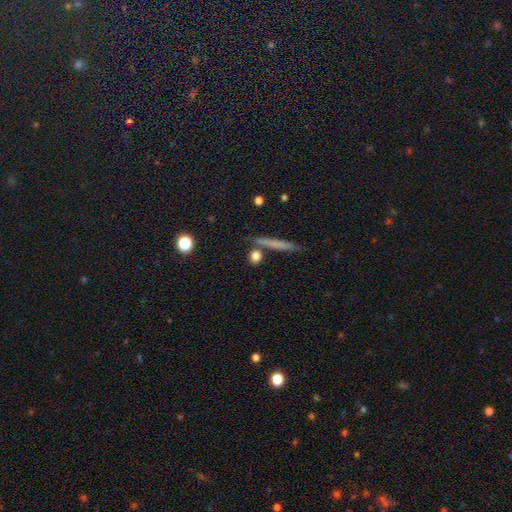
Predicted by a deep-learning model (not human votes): A smooth galaxy with no disk features (80%) that is round (64%).

Vote fractions:
- Smooth or featured? smooth: 80% / featured or disk: 11% / star or artifact: 9%
- How rounded? round: 64% / cigar-shaped: 19% / in between: 17%
- Merging? none: 76% / merger: 11% / minor disturbance: 9% / major disturbance: 3%